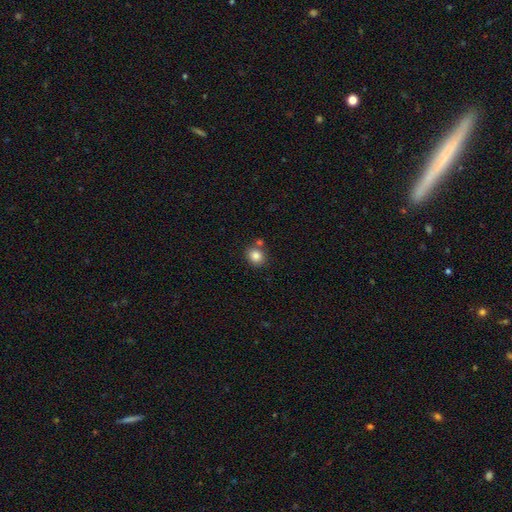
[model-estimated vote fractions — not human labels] A smooth galaxy with no disk features (84%) that is round (75%). Merging: none (72%).